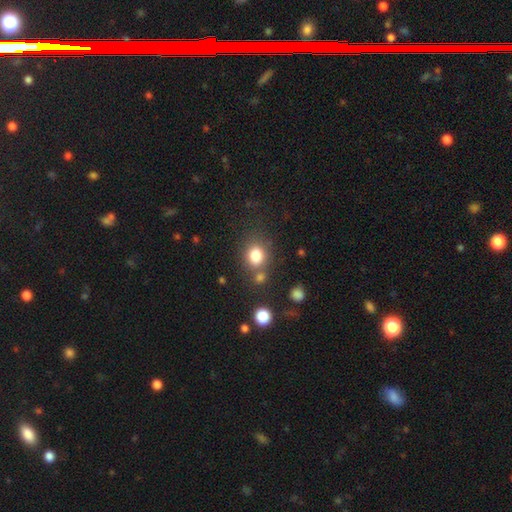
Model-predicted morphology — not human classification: smooth_or_featured: smooth (p=0.81) [alt: star or artifact p=0.12]
how_rounded: round (p=0.62) [alt: in between p=0.37]
merging: none (p=0.65) [alt: merger p=0.17]